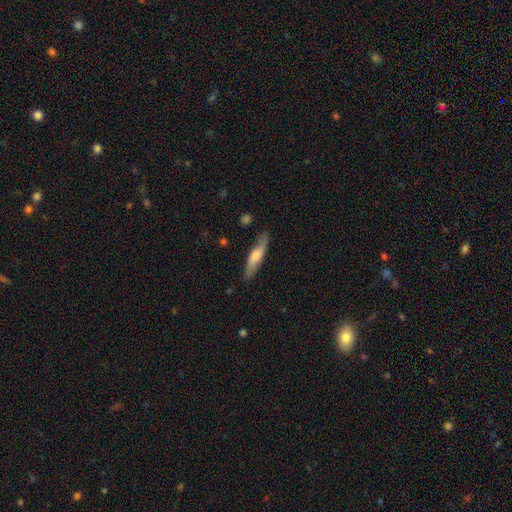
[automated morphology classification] type=smooth (58%); roundness=cigar-shaped (79%); merging=none (83%).